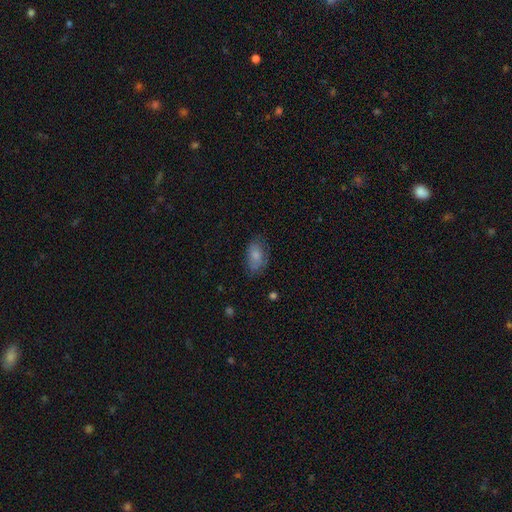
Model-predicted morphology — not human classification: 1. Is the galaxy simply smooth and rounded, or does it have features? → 78% smooth, 14% featured or disk, 8% star or artifact.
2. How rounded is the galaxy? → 90% in between, 7% round, 3% cigar-shaped.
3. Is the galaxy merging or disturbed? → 67% none, 24% minor disturbance, 8% major disturbance, 2% merger.